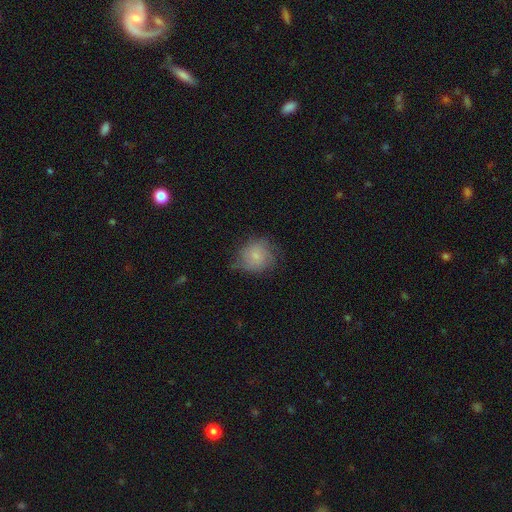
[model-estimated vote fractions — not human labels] A smooth galaxy with no disk features (66%) that is round (77%).

Vote fractions:
- Smooth or featured? smooth: 66% / featured or disk: 26% / star or artifact: 8%
- How rounded? round: 77% / in between: 22% / cigar-shaped: 1%
- Merging? none: 55% / minor disturbance: 31% / major disturbance: 12% / merger: 1%